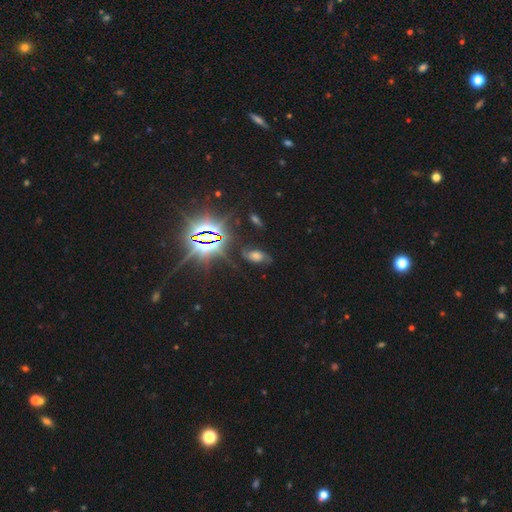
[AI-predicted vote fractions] Smooth or featured?
  - star or artifact: 39% *
  - featured or disk: 35%
  - smooth: 25%